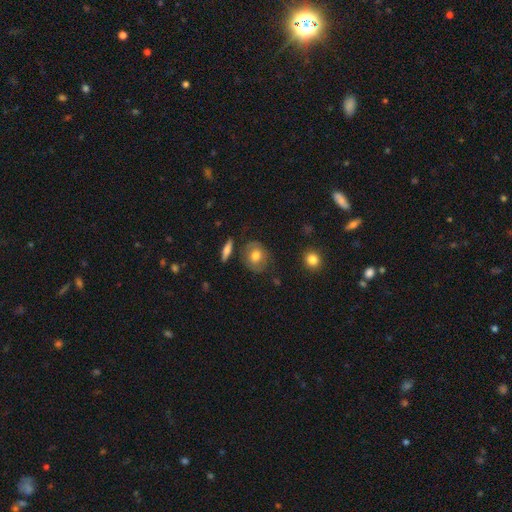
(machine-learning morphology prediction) The model was most divided on "how rounded": round: 63%, in between: 35%, cigar-shaped: 2%. More confident: merging — none (73%); smooth or featured — smooth (64%).